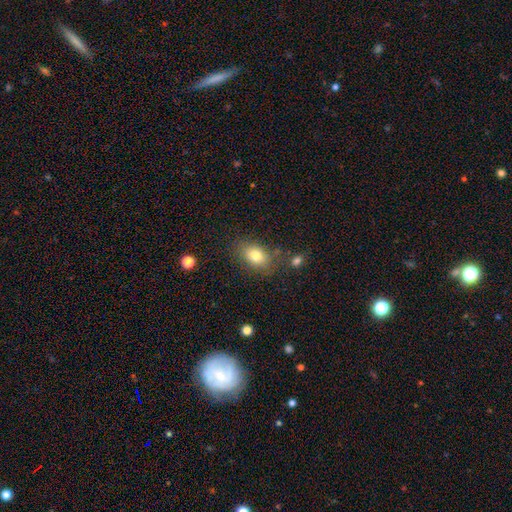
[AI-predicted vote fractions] The model was most divided on "merging": none: 74%, minor disturbance: 15%, major disturbance: 5%, merger: 5%. More confident: how rounded — in between (80%); smooth or featured — smooth (79%).